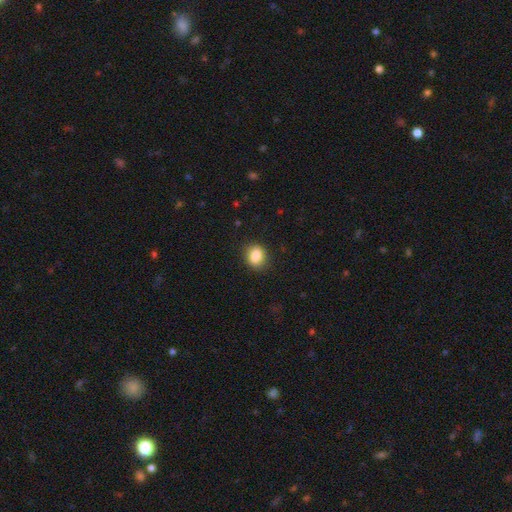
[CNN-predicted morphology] This is clearly a smooth galaxy (86%). How rounded: possibly round (49%, tied with in between). Merging: clearly none (86%).